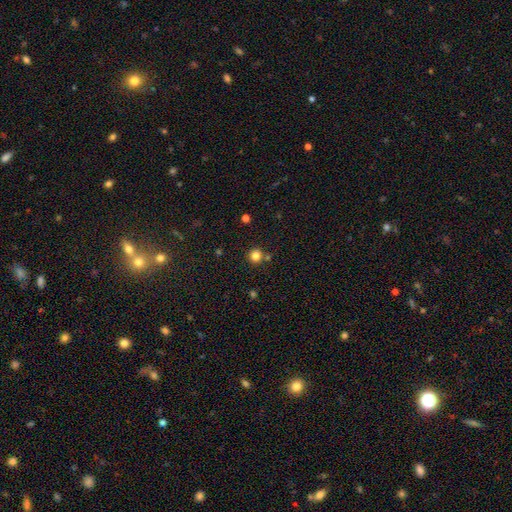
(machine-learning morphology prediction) This appears to be a smooth galaxy with no disk features (82%) that is round (94%). Merging: none (83%).